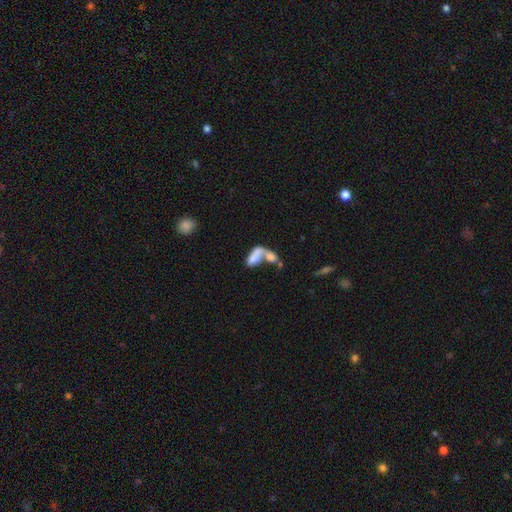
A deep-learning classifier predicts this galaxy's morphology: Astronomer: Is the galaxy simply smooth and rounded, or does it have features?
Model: smooth — 68%.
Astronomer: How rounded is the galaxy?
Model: in between — 81%.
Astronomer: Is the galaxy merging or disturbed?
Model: merger — 71%.